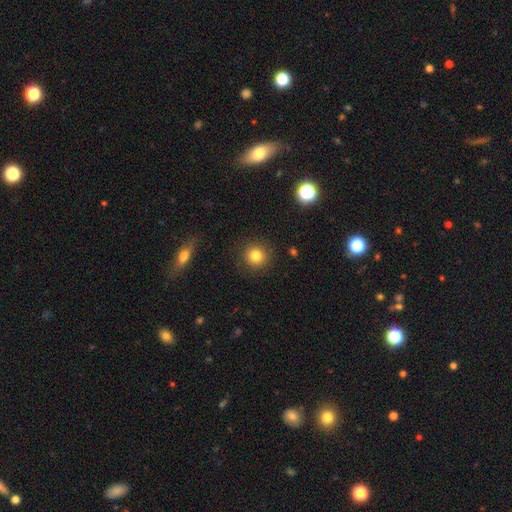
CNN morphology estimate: The model was most divided on "smooth or featured": smooth: 81%, star or artifact: 12%, featured or disk: 7%. More confident: how rounded — round (93%); merging — none (90%).